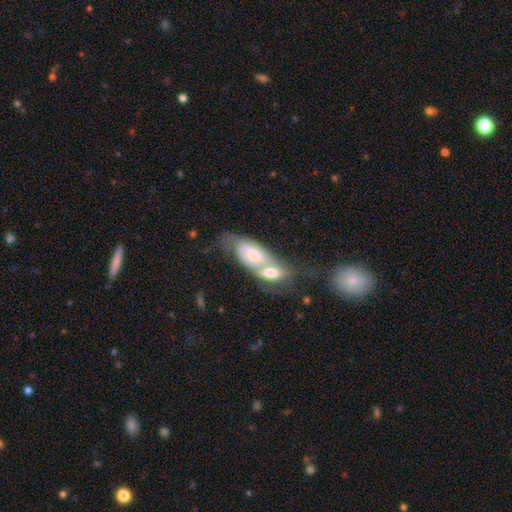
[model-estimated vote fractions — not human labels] Smooth or featured? smooth (47%)
Merging? merger (70%)